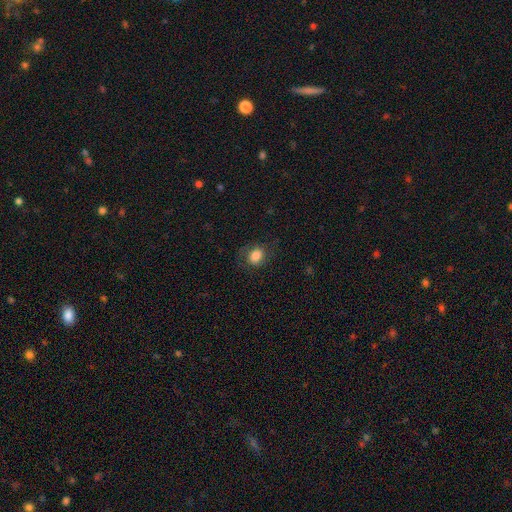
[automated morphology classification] Smooth or featured: smooth — 79% (featured or disk — 12%)
How rounded: round — 56% (in between — 43%)
Merging: none — 72% (minor disturbance — 17%)